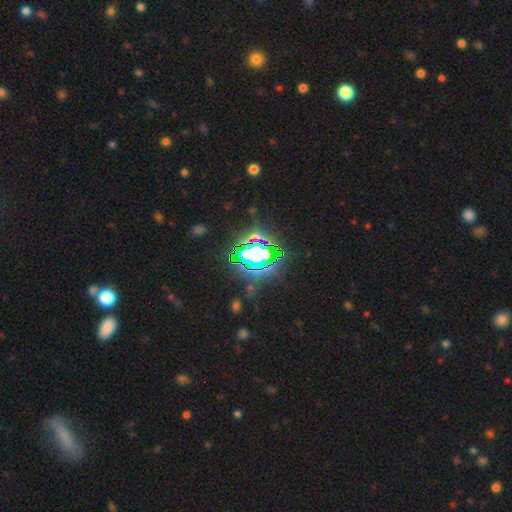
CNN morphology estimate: Q: Smooth or featured?
A: star or artifact (73%); runner-up: smooth (14%)